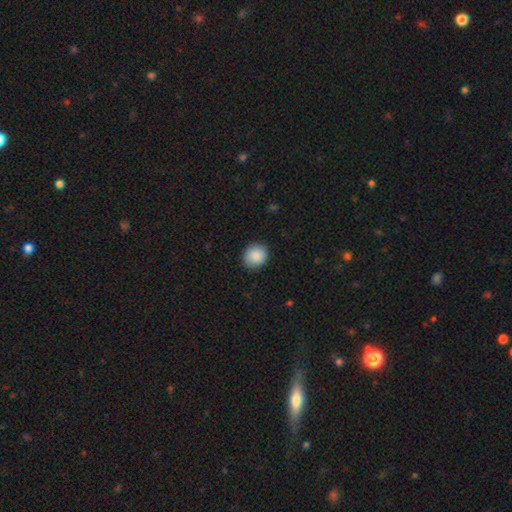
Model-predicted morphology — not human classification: Overall: smooth (89%). How rounded: round (78%). Merging: none (89%).